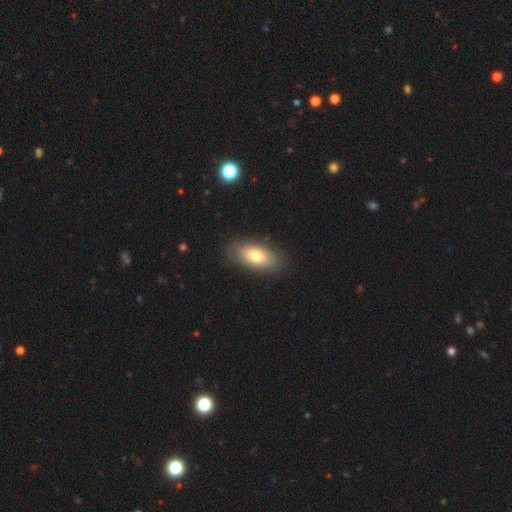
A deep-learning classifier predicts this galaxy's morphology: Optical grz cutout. It shows a smooth galaxy with no disk features (72%) that is in between round and cigar-shaped (90%). Merging: none (84%).